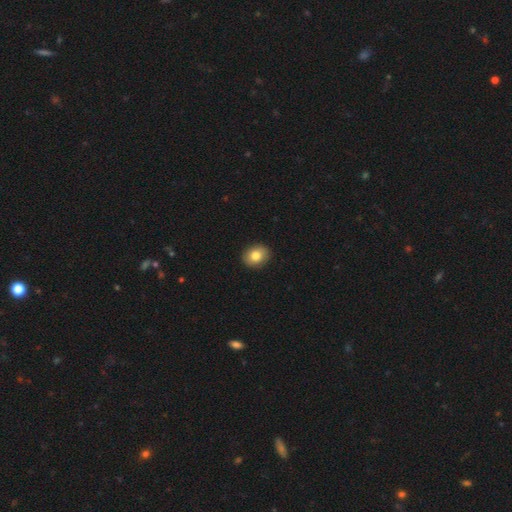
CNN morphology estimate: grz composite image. It shows a smooth galaxy with no disk features (82%) that is in between round and cigar-shaped (51%). Merging: none (91%).